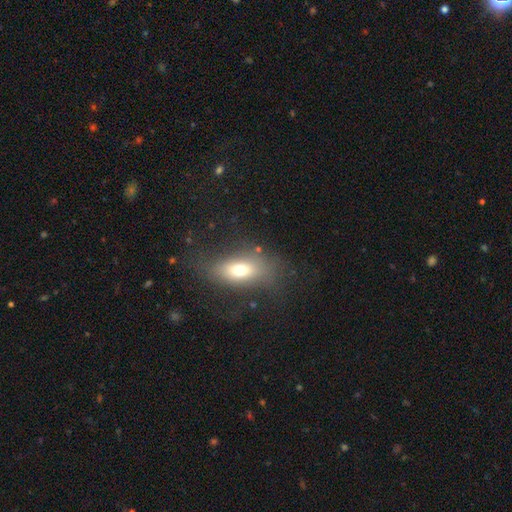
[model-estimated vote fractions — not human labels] Smooth or featured: smooth — 55% (featured or disk — 32%)
How rounded: in between — 72% (cigar-shaped — 21%)
Merging: none — 65% (minor disturbance — 19%)